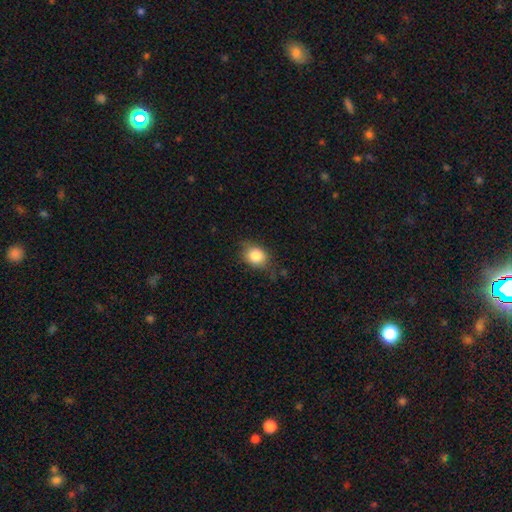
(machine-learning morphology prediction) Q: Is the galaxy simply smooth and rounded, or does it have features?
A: smooth — 83%.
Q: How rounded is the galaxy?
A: round — 54%.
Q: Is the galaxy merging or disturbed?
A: none — 70%.